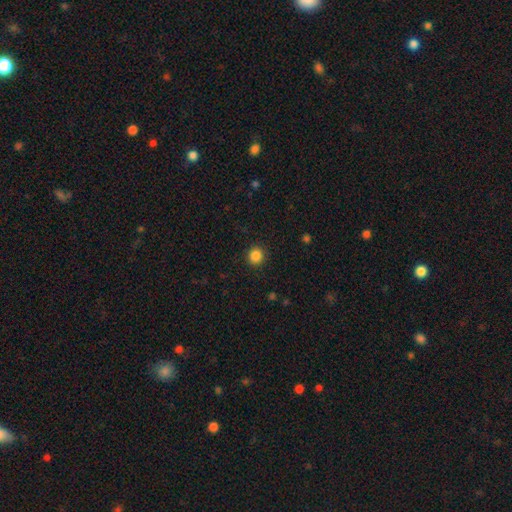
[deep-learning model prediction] Smooth or featured: smooth — 86% (star or artifact — 11%)
How rounded: round — 92% (in between — 7%)
Merging: none — 92% (minor disturbance — 5%)